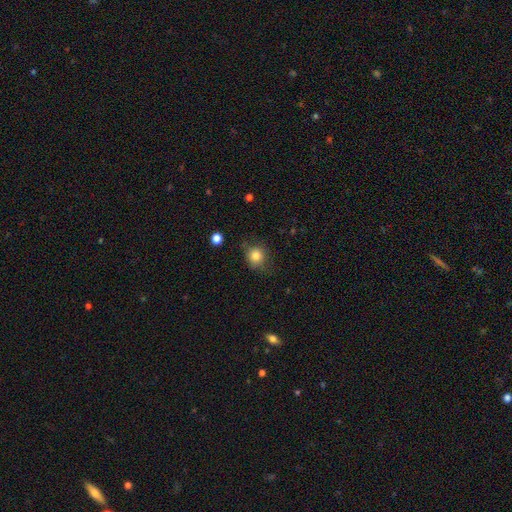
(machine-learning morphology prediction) Smooth or featured? smooth (82%)
How rounded? round (84%)
Merging? none (72%)